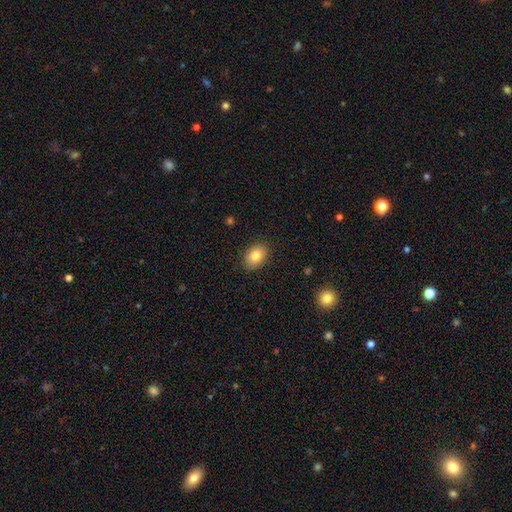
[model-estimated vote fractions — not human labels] Overall: smooth (82%). How rounded: in between (77%). Merging: none (88%).